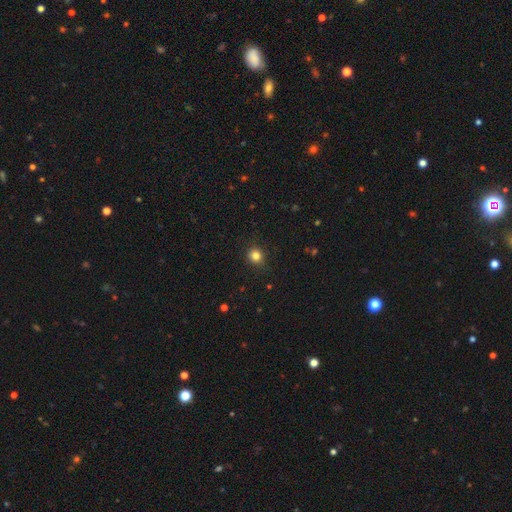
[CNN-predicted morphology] A smooth galaxy with no disk features (82%) that is round (88%). Merging: none (89%).